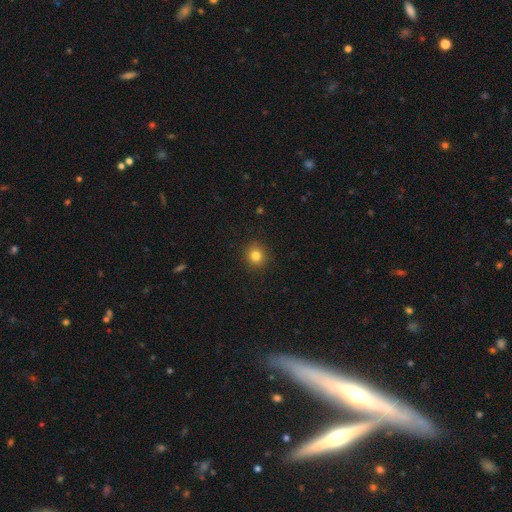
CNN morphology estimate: A smooth galaxy with no disk features (82%) that is round (89%). Merging: none (91%).